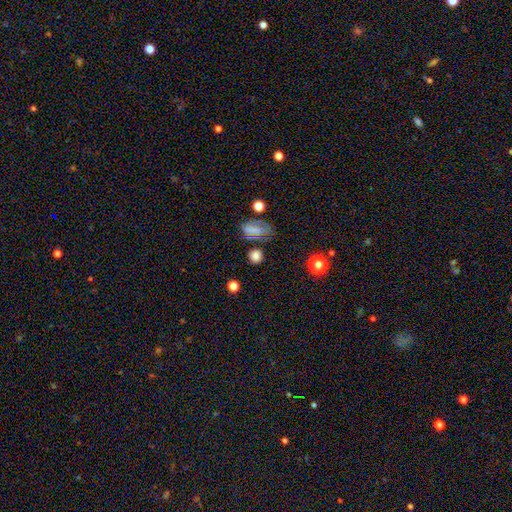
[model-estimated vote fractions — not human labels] Smooth or featured? smooth (78%)
How rounded? round (73%)
Merging? none (71%)